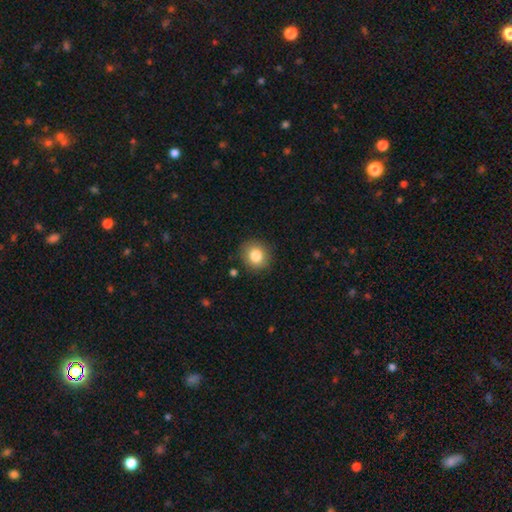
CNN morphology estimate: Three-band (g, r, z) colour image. It shows a smooth galaxy with no disk features (83%) that is round (82%). Merging: none (87%).